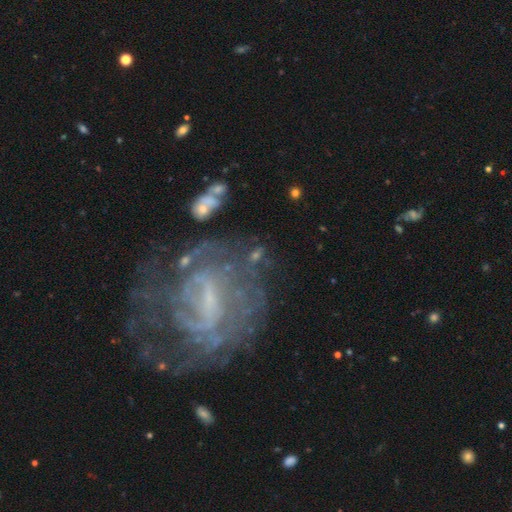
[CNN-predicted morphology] type=featured or disk (60%); edge-on=no (94%); bar=no (40%); spiral arms=yes (66%); bulge=small (47%); merging=none (59%).